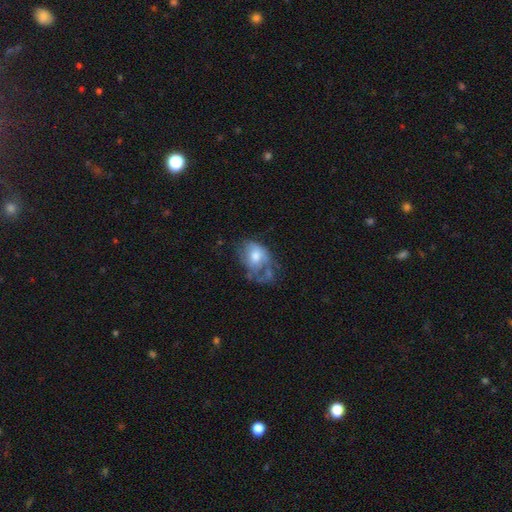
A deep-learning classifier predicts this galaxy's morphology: type=featured or disk (47%); merging=major disturbance (41%).